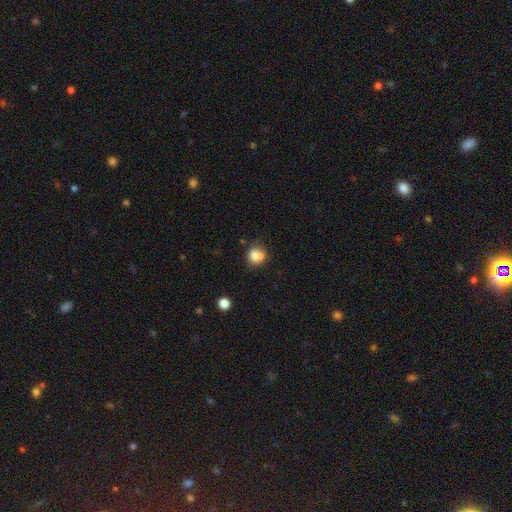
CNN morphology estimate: type=smooth (78%); roundness=round (78%); merging=none (53%).